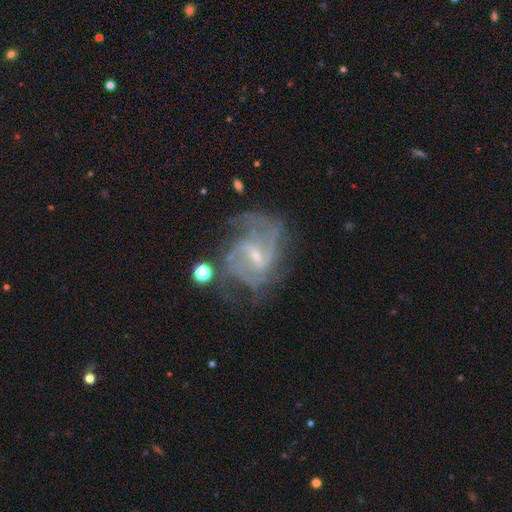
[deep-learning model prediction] Smooth or featured? Predicted: featured or disk (p=0.88). Edge-on disk? Predicted: no (p=0.98). Bar? Predicted: weak (p=0.56). Spiral arms? Predicted: yes (p=0.96). Spiral winding? Predicted: medium (p=0.50). Spiral arm count? Predicted: 2 (p=0.35). Bulge size? Predicted: small (p=0.72). Merging? Predicted: none (p=0.56).